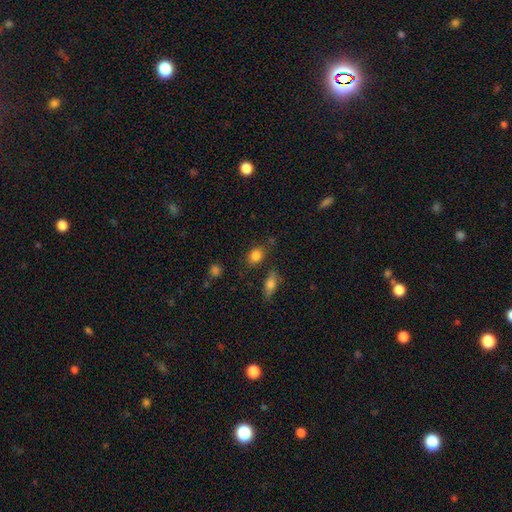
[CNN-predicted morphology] smooth 84%, star or artifact 11%, featured or disk 6%. Down the decision tree: how rounded — in between (57%); merging — none (73%).